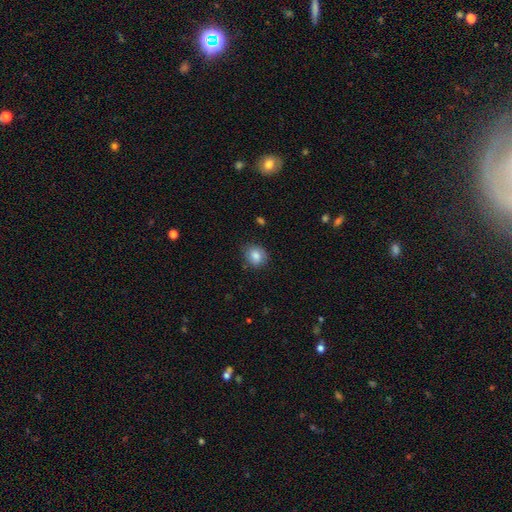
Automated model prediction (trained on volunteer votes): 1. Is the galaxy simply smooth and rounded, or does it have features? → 82% smooth, 9% featured or disk, 9% star or artifact.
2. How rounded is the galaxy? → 63% round, 36% in between, 1% cigar-shaped.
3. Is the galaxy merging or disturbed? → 78% none, 17% minor disturbance, 4% major disturbance, 1% merger.